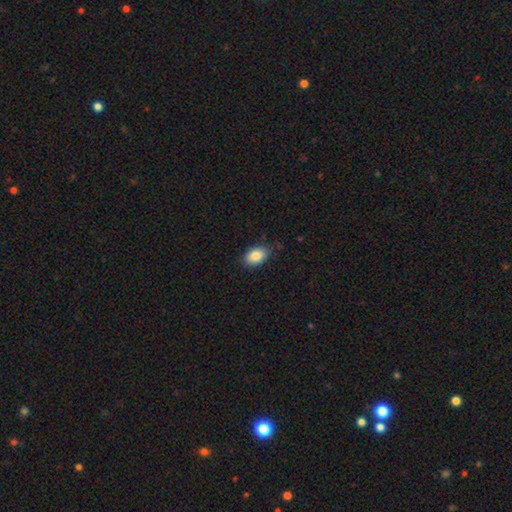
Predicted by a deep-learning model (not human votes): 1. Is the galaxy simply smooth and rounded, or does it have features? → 85% smooth, 7% star or artifact, 7% featured or disk.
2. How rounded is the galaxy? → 91% in between, 7% round, 2% cigar-shaped.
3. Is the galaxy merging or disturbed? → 81% none, 15% minor disturbance, 3% major disturbance, 1% merger.